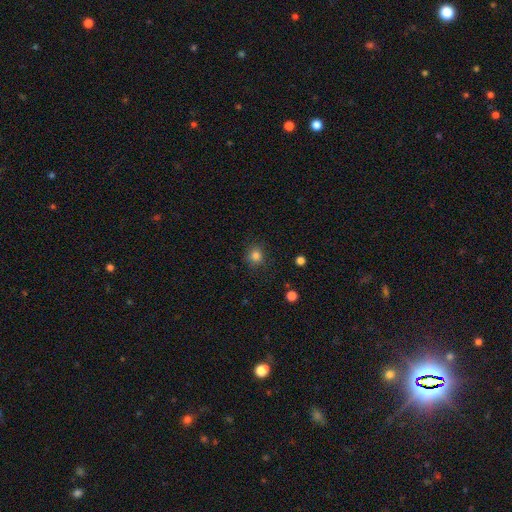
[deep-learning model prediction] The model was most divided on "smooth or featured": smooth: 82%, star or artifact: 13%, featured or disk: 5%. More confident: how rounded — round (86%); merging — none (86%).